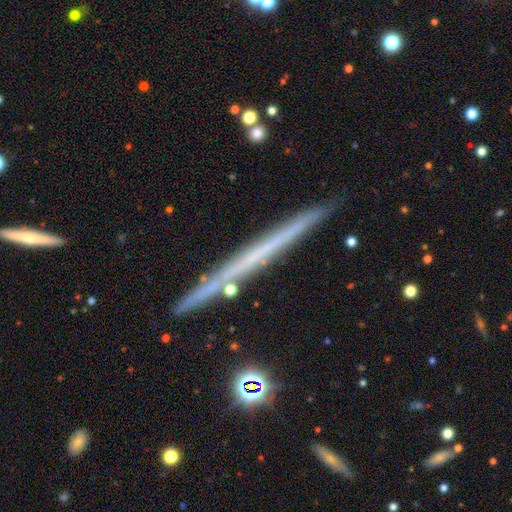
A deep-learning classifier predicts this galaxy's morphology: This is likely a featured or disk galaxy (61%). It is clearly viewed edge-on (97%). Edge-on bulge: clearly none (91%). Merging: clearly none (88%).